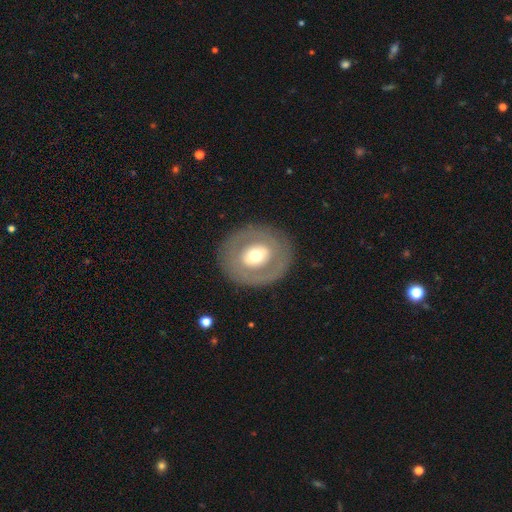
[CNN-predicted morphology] Smooth or featured?
  - featured or disk: 53% *
  - smooth: 40%
  - star or artifact: 6%
Edge-on disk?
  - no: 94% *
  - yes: 6%
Bar?
  - no: 58% *
  - weak: 26%
  - strong: 16%
Spiral arms?
  - no: 83% *
  - yes: 17%
Bulge size?
  - moderate: 64% *
  - large: 21%
  - small: 12%
  - dominant: 2%
  - none: 1%
Merging?
  - none: 84% *
  - minor disturbance: 9%
  - major disturbance: 6%
  - merger: 1%